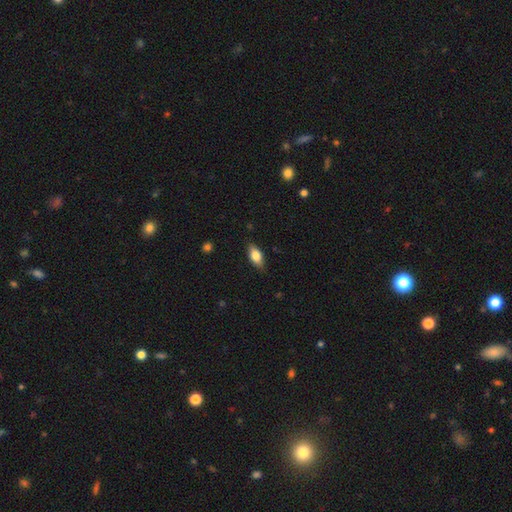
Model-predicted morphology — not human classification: type=smooth (72%); roundness=in between (85%); merging=none (84%).